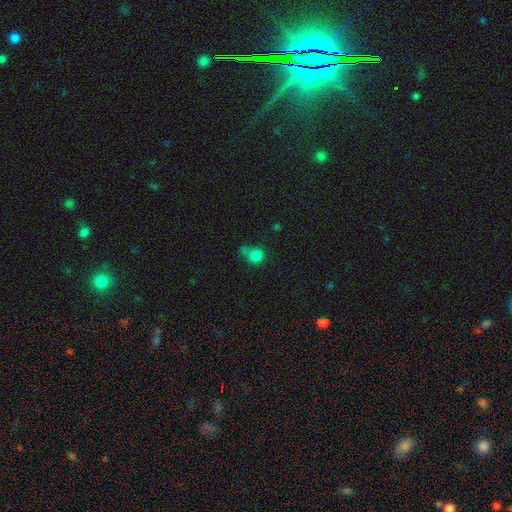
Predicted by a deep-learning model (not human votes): Smooth or featured: smooth — 80% (star or artifact — 12%)
How rounded: round — 77% (in between — 22%)
Merging: none — 40% (minor disturbance — 23%)